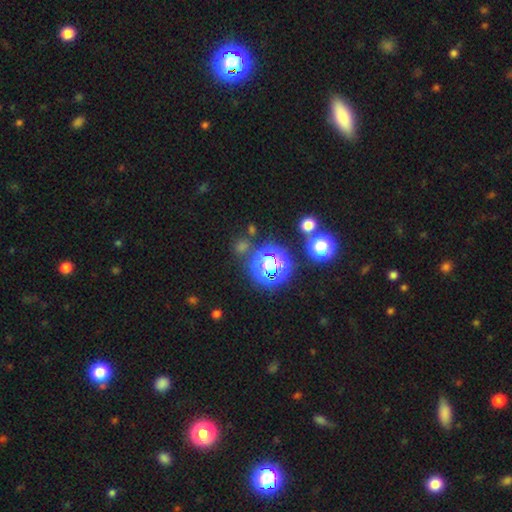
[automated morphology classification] Overall: star or artifact (68%).